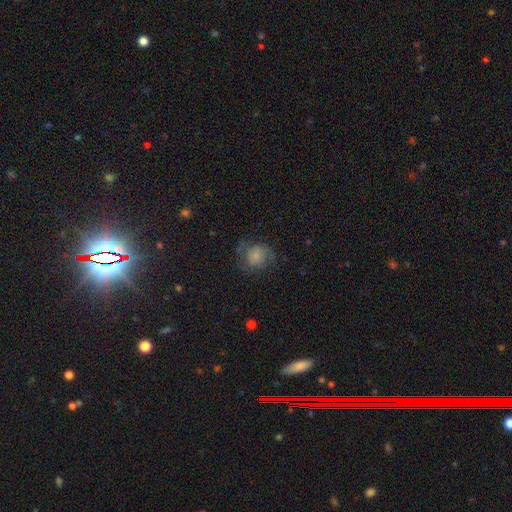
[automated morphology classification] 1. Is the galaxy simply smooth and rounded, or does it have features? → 57% smooth, 34% featured or disk, 9% star or artifact.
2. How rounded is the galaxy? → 78% round, 21% in between, 1% cigar-shaped.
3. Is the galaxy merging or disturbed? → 58% none, 23% minor disturbance, 18% major disturbance, 1% merger.